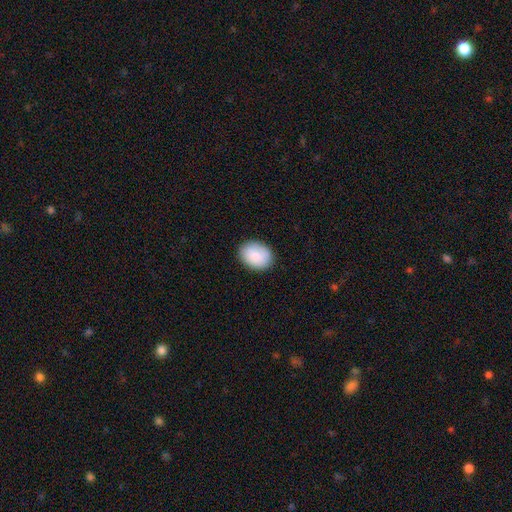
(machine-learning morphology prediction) Smooth or featured? Predicted: smooth (p=0.87). How rounded? Predicted: in between (p=0.64). Merging? Predicted: none (p=0.86).